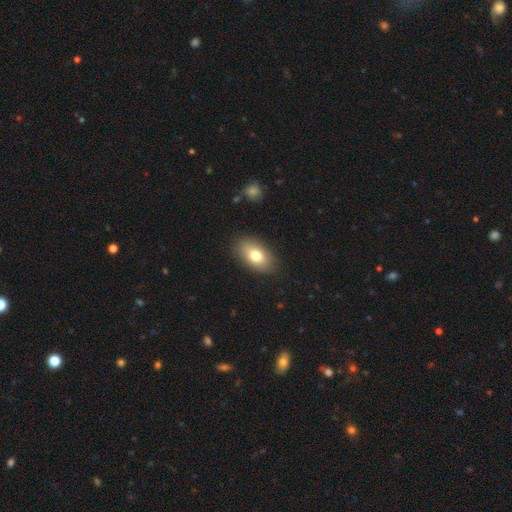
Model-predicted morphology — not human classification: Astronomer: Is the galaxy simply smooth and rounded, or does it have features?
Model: smooth — 77%.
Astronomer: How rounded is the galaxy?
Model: in between — 91%.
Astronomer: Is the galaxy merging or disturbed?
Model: none — 86%.